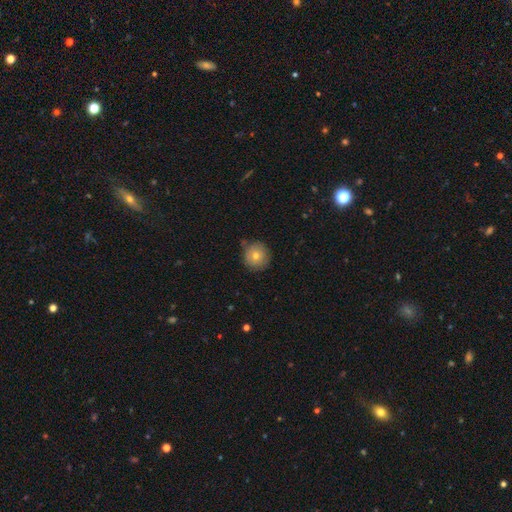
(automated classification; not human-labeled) Overall: smooth (69%). How rounded: round (95%). Merging: none (80%).